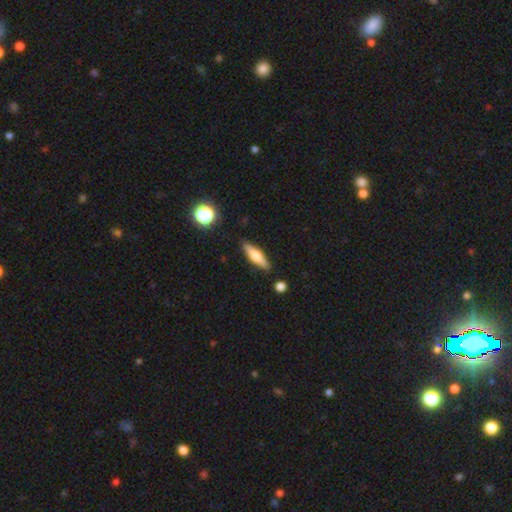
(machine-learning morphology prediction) type=smooth (50%); merging=none (87%).